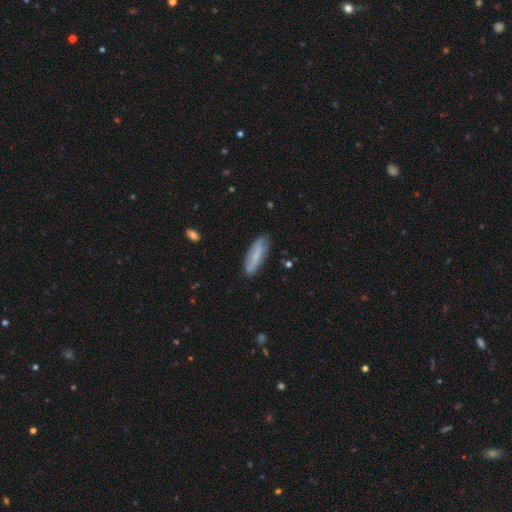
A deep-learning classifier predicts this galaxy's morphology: Q: Smooth or featured?
A: smooth (69%); runner-up: featured or disk (24%)
Q: How rounded?
A: cigar-shaped (55%); runner-up: in between (44%)
Q: Merging?
A: none (79%); runner-up: minor disturbance (16%)